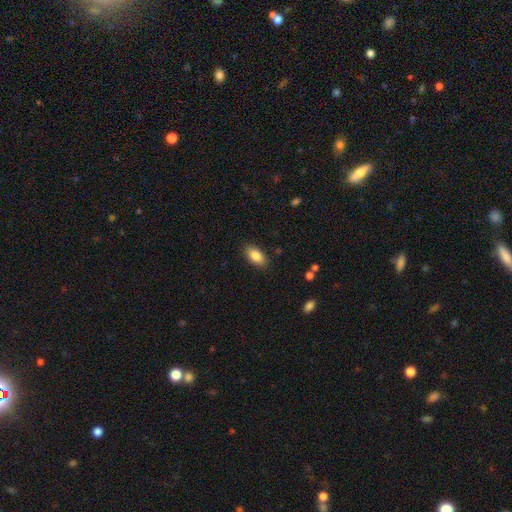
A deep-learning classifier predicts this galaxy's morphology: This appears to be a smooth galaxy with no disk features (86%) that is in between round and cigar-shaped (92%). Merging: none (86%).